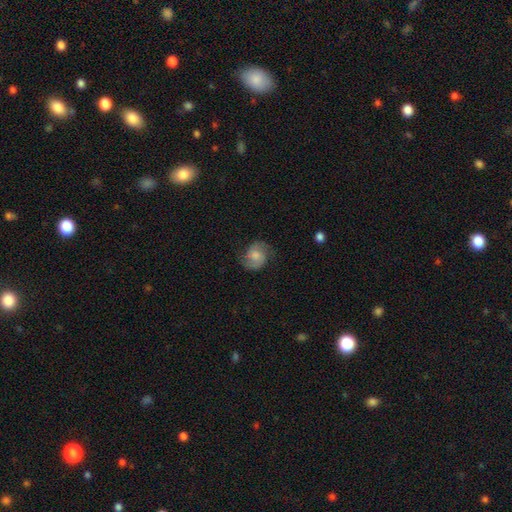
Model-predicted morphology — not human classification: A featured or disk galaxy (63%) with no bar (63%), 2 (89%) medium (49%) spiral arms (93%) and a moderate central bulge (45%). Merging: none (74%).